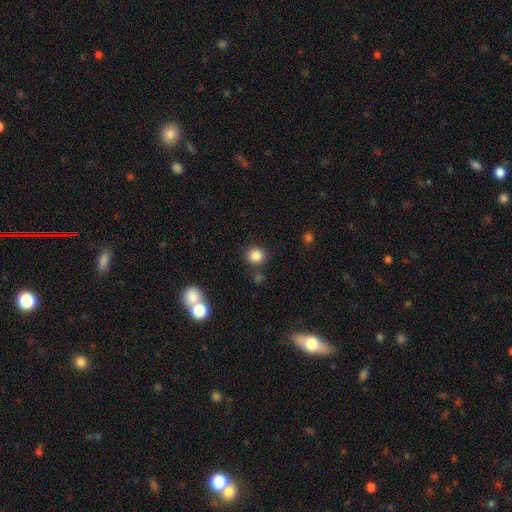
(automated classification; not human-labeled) This is clearly a smooth galaxy (84%). How rounded: clearly round (88%). Merging: clearly none (83%).